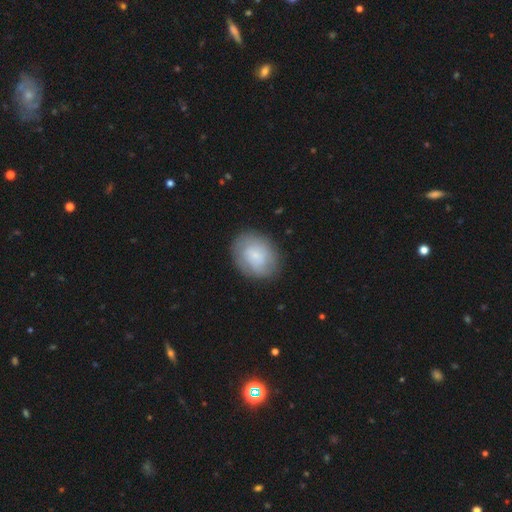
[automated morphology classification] A smooth galaxy with no disk features (53%) that is in between round and cigar-shaped (52%). Merging: none (78%).